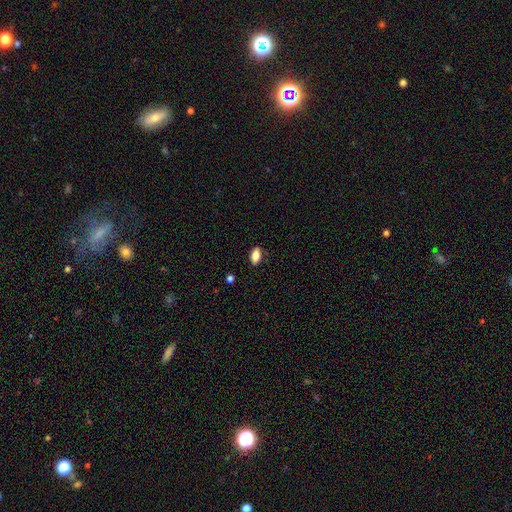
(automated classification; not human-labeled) This is clearly a smooth galaxy (82%). How rounded: clearly in between (88%). Merging: clearly none (85%).